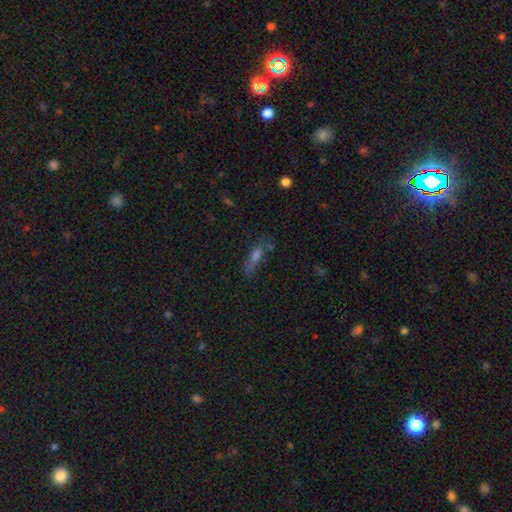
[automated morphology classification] A smooth galaxy with no disk features (51%) that is cigar-shaped (58%).

Vote fractions:
- Smooth or featured? smooth: 51% / featured or disk: 29% / star or artifact: 20%
- How rounded? cigar-shaped: 58% / in between: 37% / round: 5%
- Merging? none: 54% / minor disturbance: 23% / major disturbance: 15% / merger: 8%